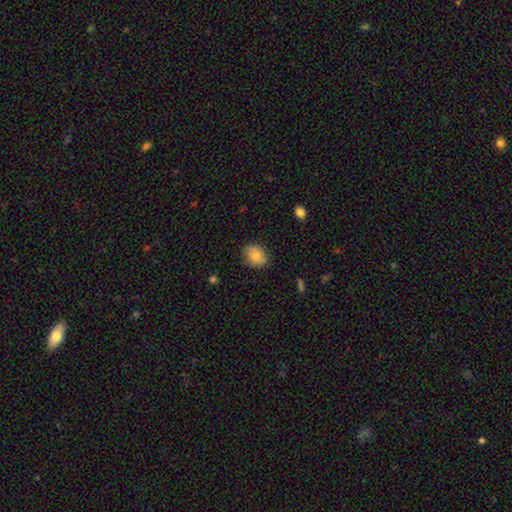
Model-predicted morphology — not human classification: Overall: smooth (80%). How rounded: in between (56%; round 43%). Merging: none (82%).